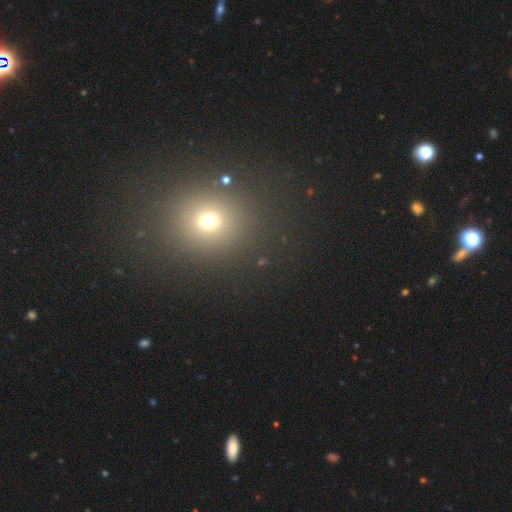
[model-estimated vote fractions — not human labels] This appears to be a smooth galaxy with no disk features (58%) that is round (74%). Merging: none (89%).